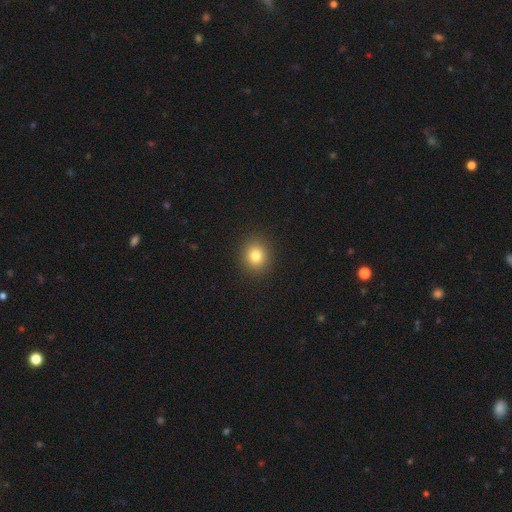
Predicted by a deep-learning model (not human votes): smooth_or_featured: smooth (p=0.81) [alt: star or artifact p=0.12]
how_rounded: round (p=0.80) [alt: in between p=0.20]
merging: none (p=0.91) [alt: minor disturbance p=0.06]